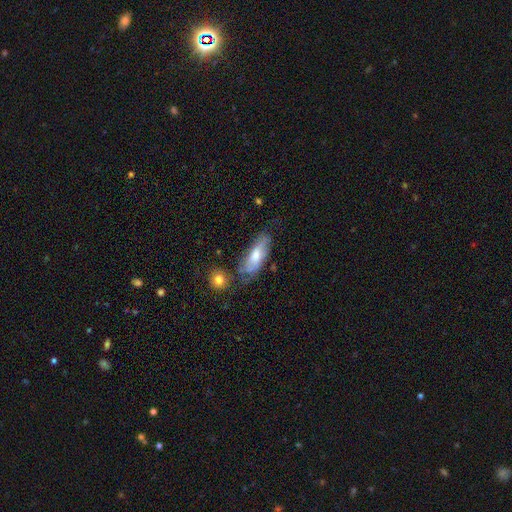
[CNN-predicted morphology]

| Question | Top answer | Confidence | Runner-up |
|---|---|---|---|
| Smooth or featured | smooth | 56% | featured or disk (37%) |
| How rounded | in between | 63% | cigar-shaped (34%) |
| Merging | none | 52% | minor disturbance (28%) |